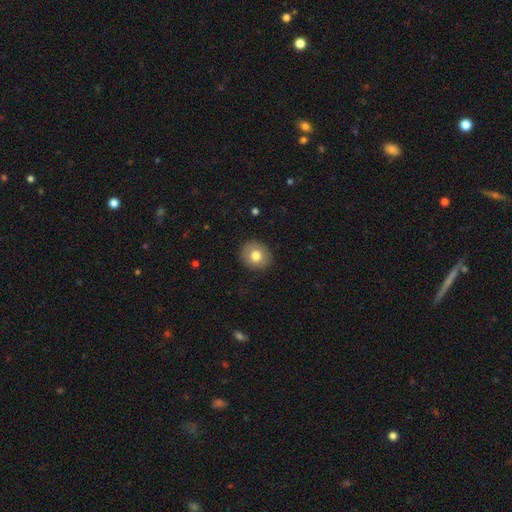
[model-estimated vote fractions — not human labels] smooth-or-featured: smooth: 77% | featured or disk: 14% | star or artifact: 9%
  how-rounded: round: 80% | in between: 19% | cigar-shaped: 1%
  merging: none: 90% | minor disturbance: 7% | major disturbance: 2% | merger: 1%